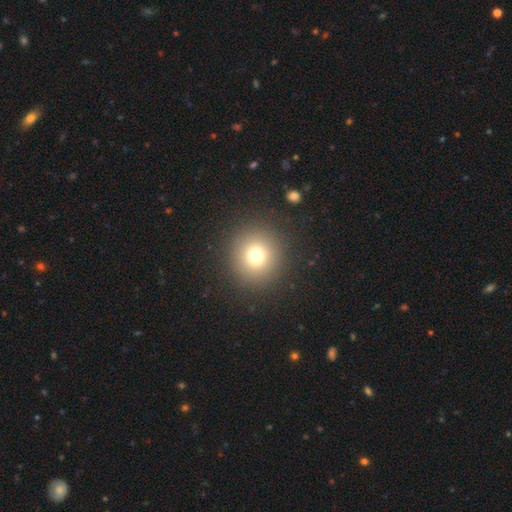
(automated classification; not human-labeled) smooth-or-featured: smooth: 74% | star or artifact: 16% | featured or disk: 11%
  how-rounded: round: 94% | in between: 5% | cigar-shaped: 1%
  merging: none: 89% | minor disturbance: 6% | major disturbance: 3% | merger: 1%